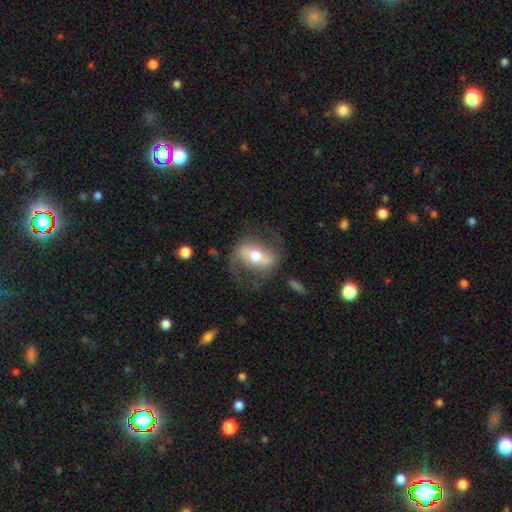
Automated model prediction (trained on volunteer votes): Smooth or featured? Predicted: featured or disk (p=0.73). Edge-on disk? Predicted: no (p=0.90). Bar? Predicted: strong (p=0.55). Spiral arms? Predicted: yes (p=0.73). Bulge size? Predicted: moderate (p=0.70). Merging? Predicted: none (p=0.65).